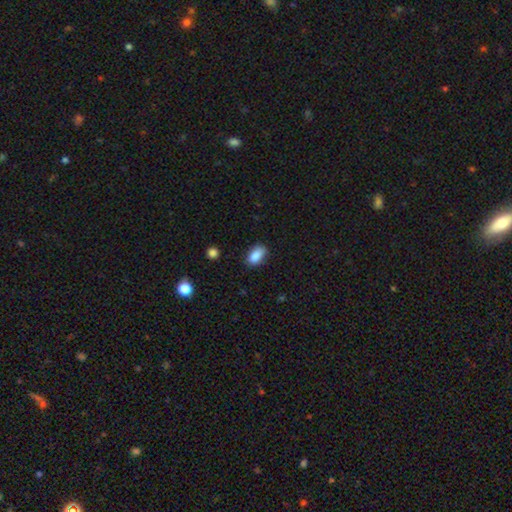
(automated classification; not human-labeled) This appears to be a smooth galaxy with no disk features (88%) that is in between round and cigar-shaped (90%). Merging: none (79%).